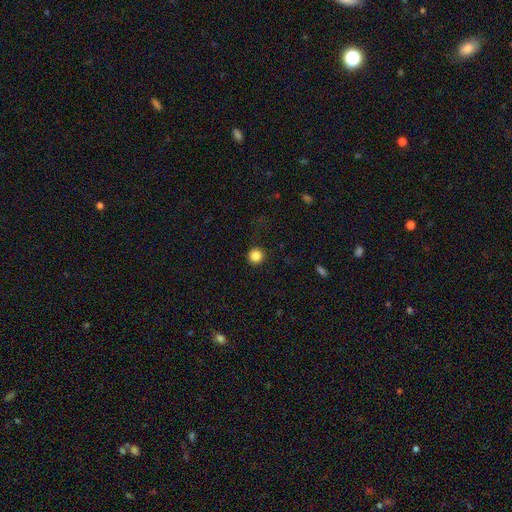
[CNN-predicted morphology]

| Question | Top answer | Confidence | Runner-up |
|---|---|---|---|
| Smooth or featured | smooth | 85% | star or artifact (11%) |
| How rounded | round | 96% | in between (3%) |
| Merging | none | 92% | minor disturbance (5%) |